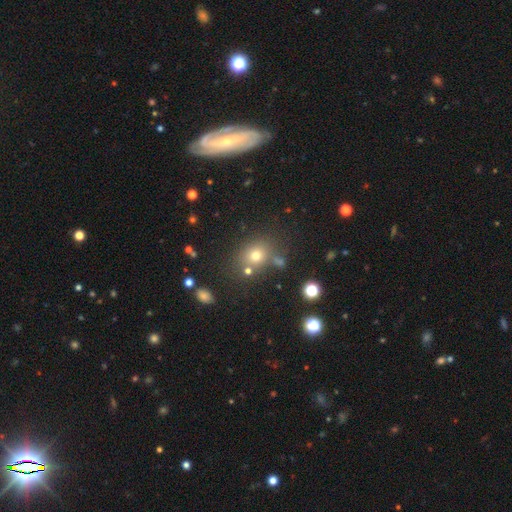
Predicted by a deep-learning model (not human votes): smooth_or_featured: smooth (p=0.68) [alt: star or artifact p=0.20]
how_rounded: round (p=0.64) [alt: in between p=0.35]
merging: none (p=0.73) [alt: minor disturbance p=0.11]